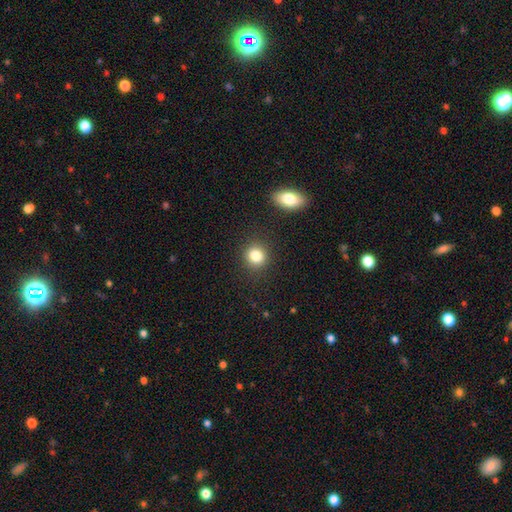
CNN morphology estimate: Overall: smooth (82%). How rounded: round (84%). Merging: none (87%).